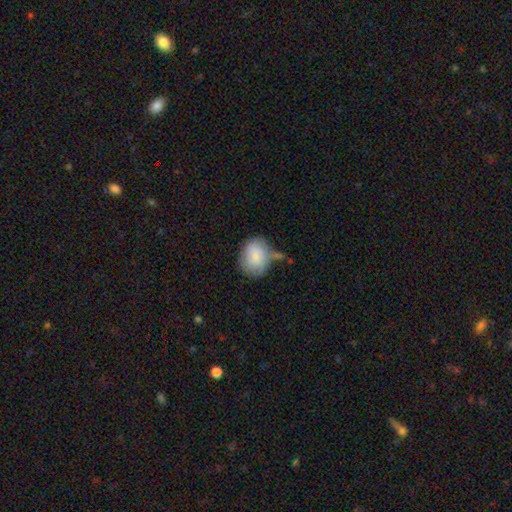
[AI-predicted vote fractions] The model was most divided on "how rounded": round: 54%, in between: 45%, cigar-shaped: 1%. Remaining: smooth or featured — smooth (80%); merging — none (47%).